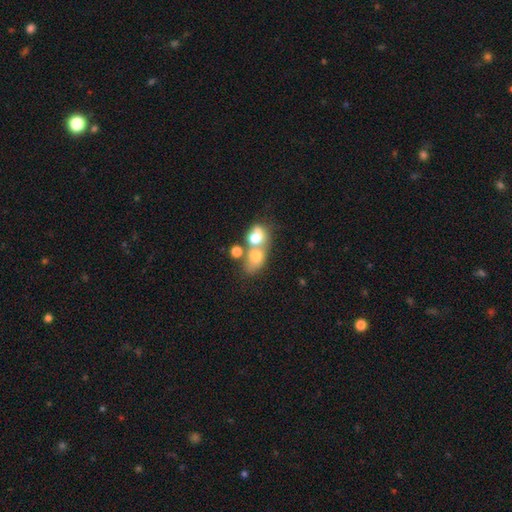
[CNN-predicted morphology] smooth-or-featured: smooth: 62% | featured or disk: 24% | star or artifact: 15%
  how-rounded: in between: 49% (tied) | round: 49% (tied) | cigar-shaped: 2%
  merging: merger: 61% | none: 24% | minor disturbance: 8% | major disturbance: 7%